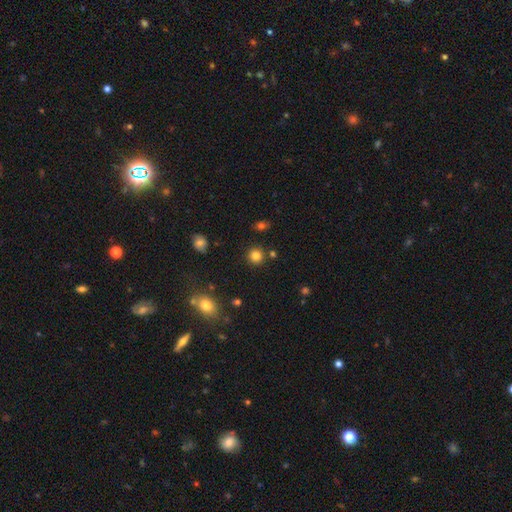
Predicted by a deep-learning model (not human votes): Smooth or featured? Predicted: smooth (p=0.81). How rounded? Predicted: round (p=0.92). Merging? Predicted: none (p=0.87).